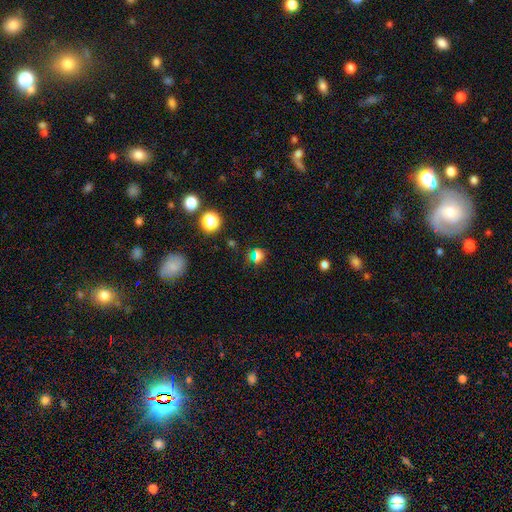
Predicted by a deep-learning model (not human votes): Morphology: type=smooth (54%); roundness=round (68%); merging=none (73%).